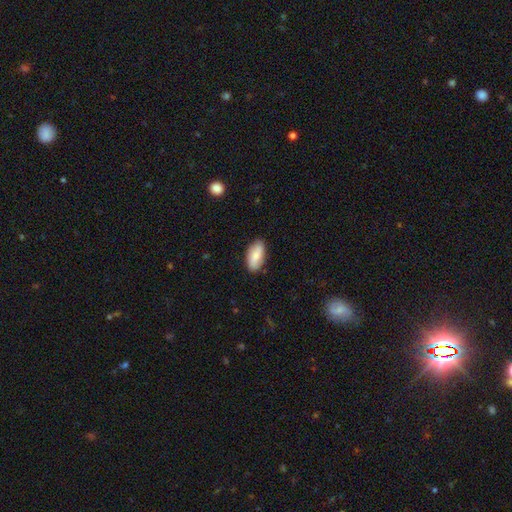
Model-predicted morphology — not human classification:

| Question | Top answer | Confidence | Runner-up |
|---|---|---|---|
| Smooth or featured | smooth | 76% | featured or disk (18%) |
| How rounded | in between | 91% | cigar-shaped (6%) |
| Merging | none | 83% | minor disturbance (14%) |